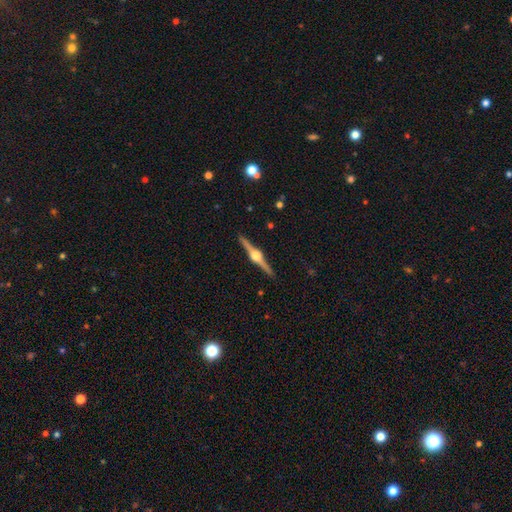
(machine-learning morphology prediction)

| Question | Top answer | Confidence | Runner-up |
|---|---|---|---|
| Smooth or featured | featured or disk | 88% | smooth (7%) |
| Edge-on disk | yes | 99% | no (1%) |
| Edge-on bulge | rounded | 95% | boxy (3%) |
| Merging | none | 92% | minor disturbance (5%) |